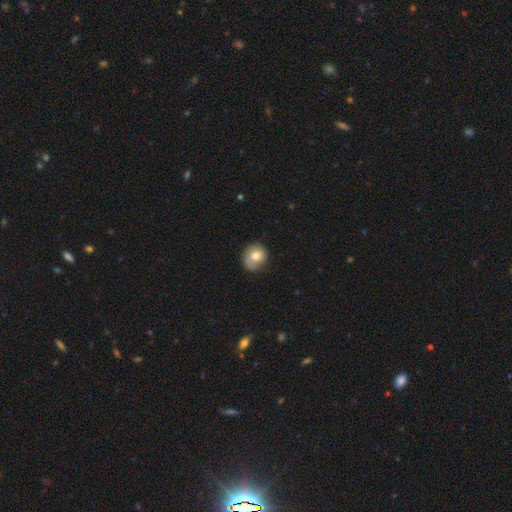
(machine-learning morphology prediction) smooth 73%, featured or disk 18%, star or artifact 9%. Down the decision tree: how rounded — round (78%); merging — none (74%).